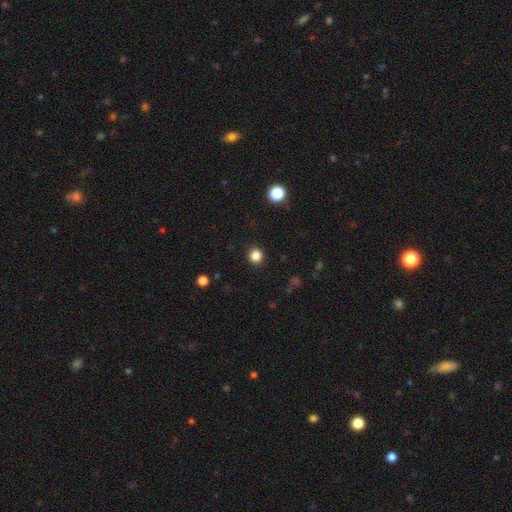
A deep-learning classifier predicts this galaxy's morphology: A smooth galaxy with no disk features (84%) that is round (92%).

Vote fractions:
- Smooth or featured? smooth: 84% / star or artifact: 12% / featured or disk: 3%
- How rounded? round: 92% / in between: 7% / cigar-shaped: 1%
- Merging? none: 92% / minor disturbance: 5% / major disturbance: 2% / merger: 1%